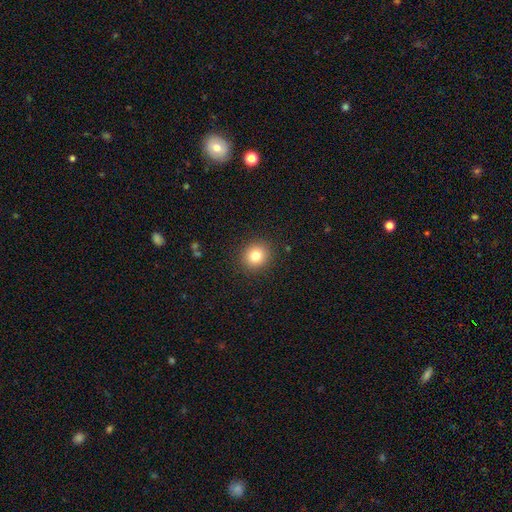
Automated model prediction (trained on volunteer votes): Q: Smooth or featured?
A: smooth (80%); runner-up: star or artifact (12%)
Q: How rounded?
A: round (86%); runner-up: in between (13%)
Q: Merging?
A: none (91%); runner-up: minor disturbance (6%)